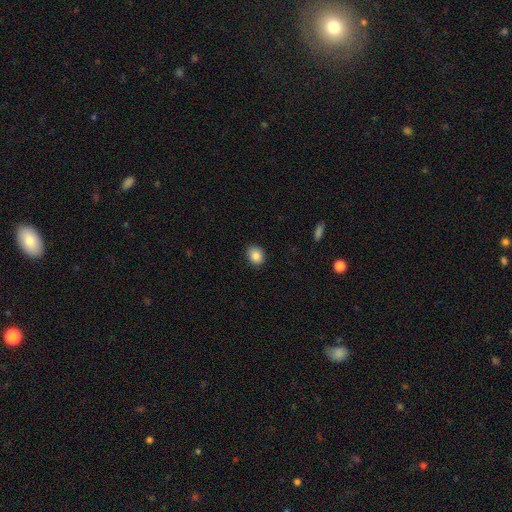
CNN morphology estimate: This appears to be a smooth galaxy with no disk features (86%) that is round (55%). Merging: none (89%).